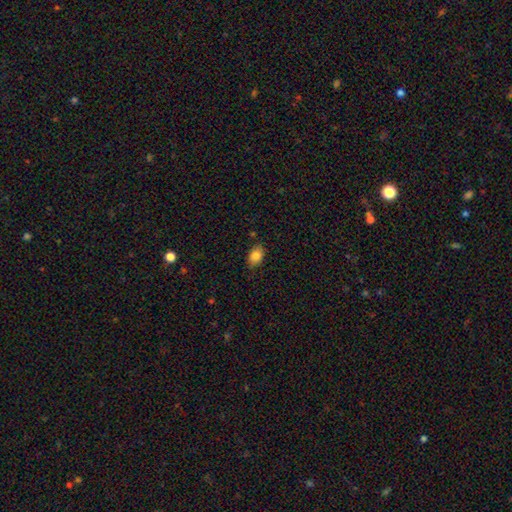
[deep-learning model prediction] smooth_or_featured: smooth (p=0.84) [alt: star or artifact p=0.09]
how_rounded: in between (p=0.81) [alt: round p=0.18]
merging: none (p=0.79) [alt: minor disturbance p=0.16]